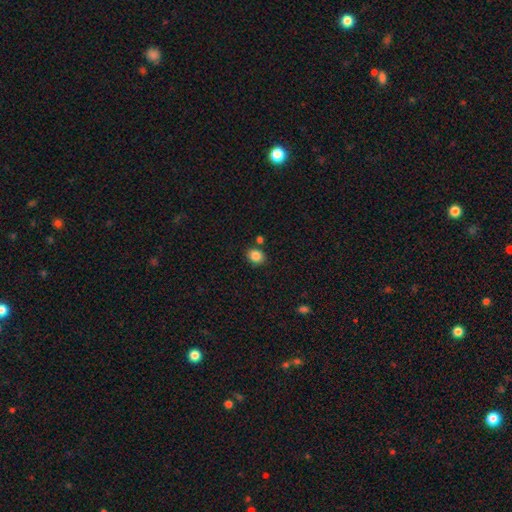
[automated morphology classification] The model was most divided on "how rounded": round: 51%, in between: 48%, cigar-shaped: 1%. More confident: smooth or featured — smooth (85%); merging — none (81%).